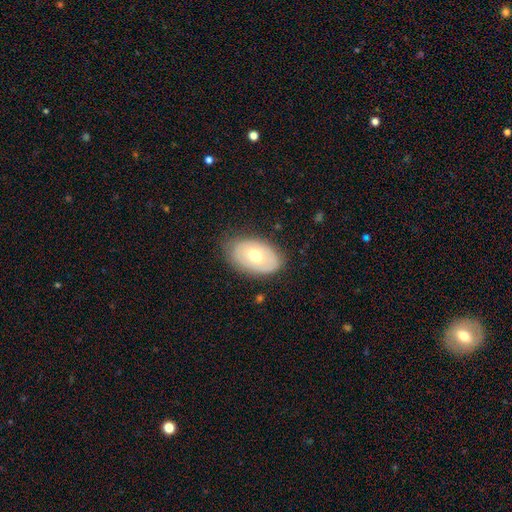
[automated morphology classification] type=smooth (53%); roundness=in between (89%); merging=none (76%).